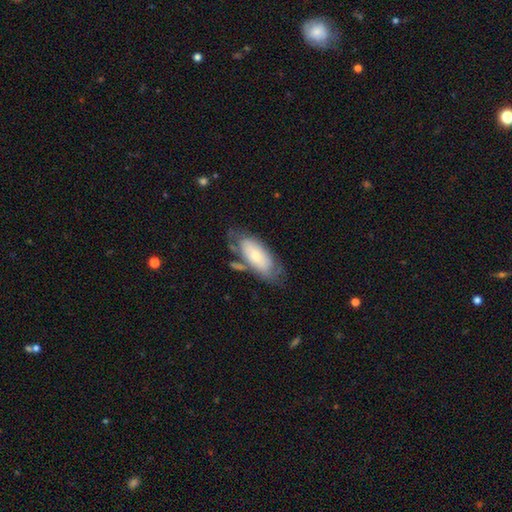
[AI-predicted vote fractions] Smooth or featured? smooth (53%)
How rounded? in between (86%)
Merging? none (52%)